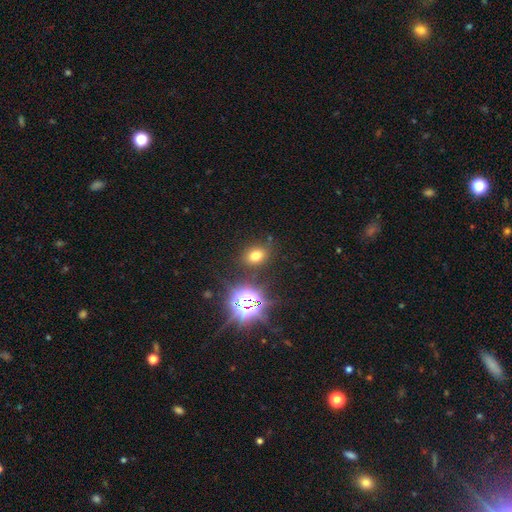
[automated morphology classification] Q: Smooth or featured?
A: smooth (65%); runner-up: star or artifact (26%)
Q: How rounded?
A: in between (55%); runner-up: round (44%)
Q: Merging?
A: none (83%); runner-up: minor disturbance (10%)